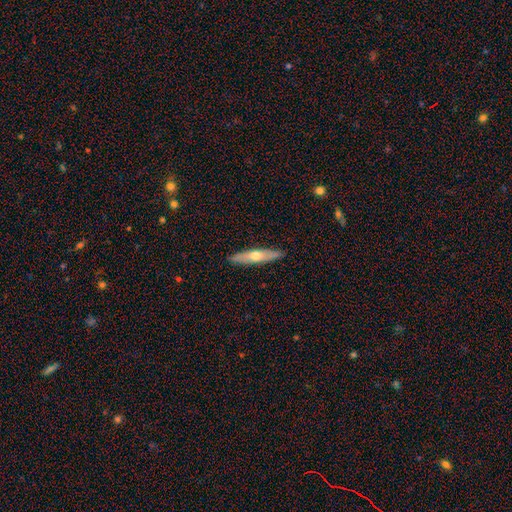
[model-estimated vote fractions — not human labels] Smooth or featured? featured or disk (48%)
Merging? none (90%)